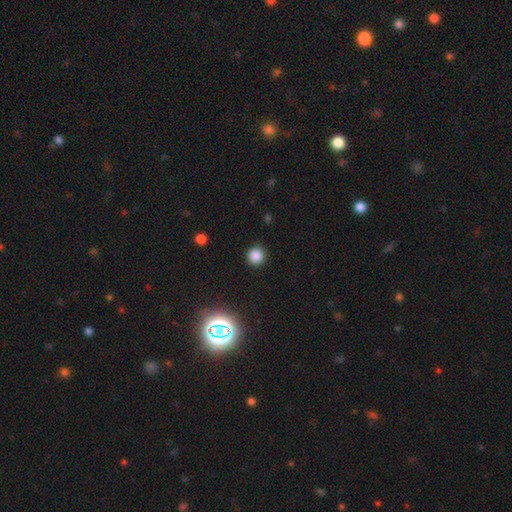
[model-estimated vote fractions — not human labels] A smooth galaxy with no disk features (83%) that is round (94%).

Vote fractions:
- Smooth or featured? smooth: 83% / star or artifact: 14% / featured or disk: 4%
- How rounded? round: 94% / in between: 5% / cigar-shaped: 1%
- Merging? none: 91% / minor disturbance: 6% / major disturbance: 2% / merger: 1%